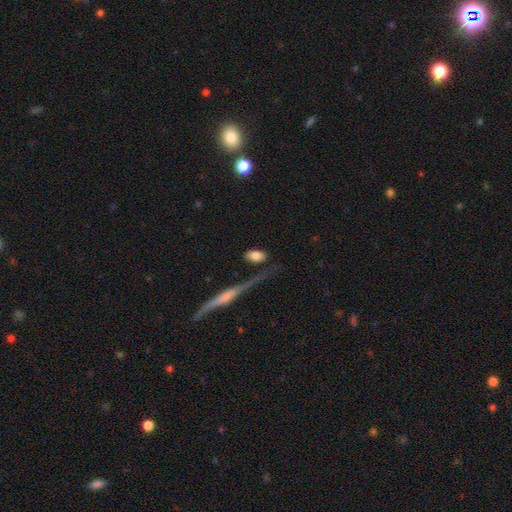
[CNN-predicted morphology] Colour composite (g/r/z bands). It shows a smooth galaxy with no disk features (80%) that is in between round and cigar-shaped (88%). Merging: none (68%).